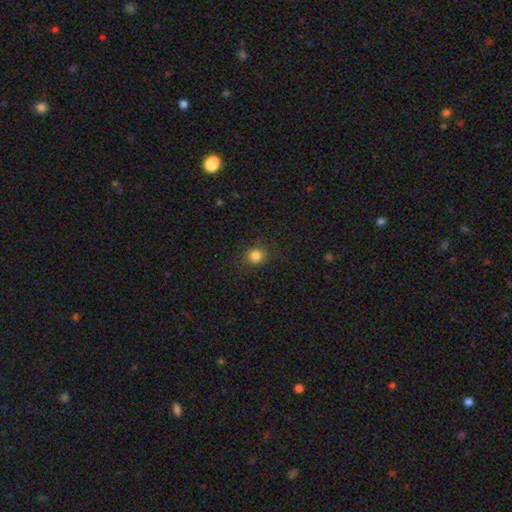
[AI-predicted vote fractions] Smooth or featured: smooth — 84% (star or artifact — 12%)
How rounded: round — 85% (in between — 14%)
Merging: none — 87% (minor disturbance — 9%)